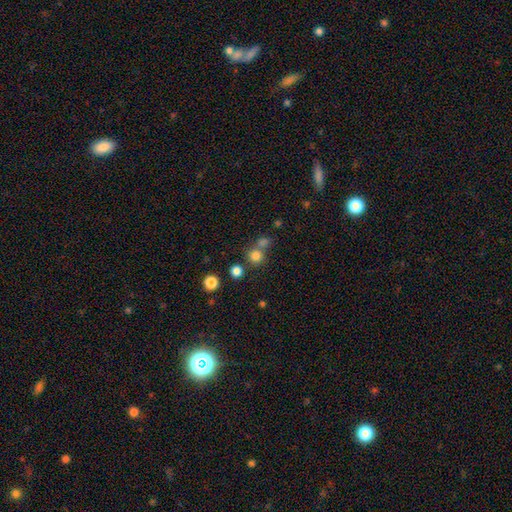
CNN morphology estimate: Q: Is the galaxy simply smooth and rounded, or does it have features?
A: smooth — 77%.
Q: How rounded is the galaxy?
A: round — 92%.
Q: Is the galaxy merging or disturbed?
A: none — 64%.